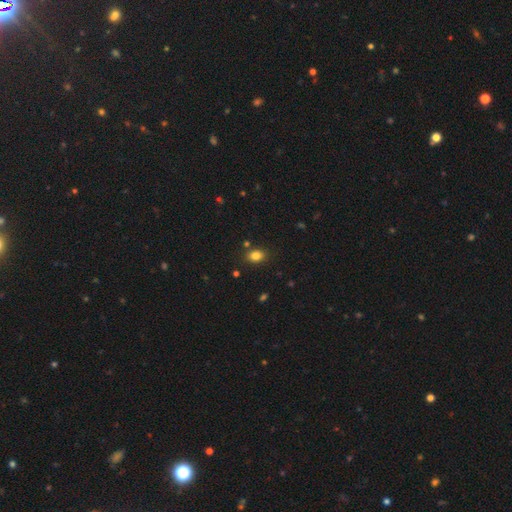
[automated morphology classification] This appears to be a smooth galaxy with no disk features (83%) that is in between round and cigar-shaped (72%). Merging: none (83%).